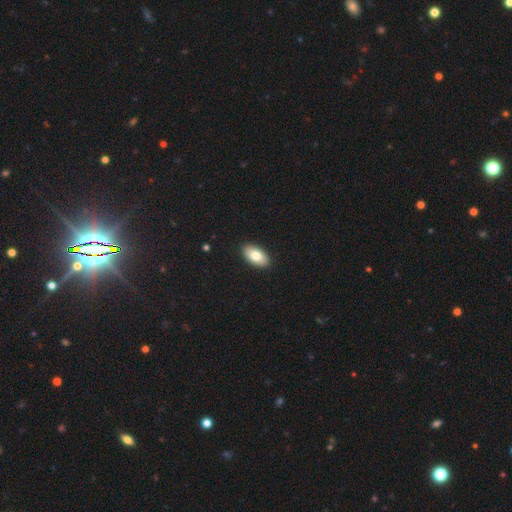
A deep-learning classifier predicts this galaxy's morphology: This is likely a smooth galaxy (79%). How rounded: clearly in between (94%). Merging: clearly none (91%).